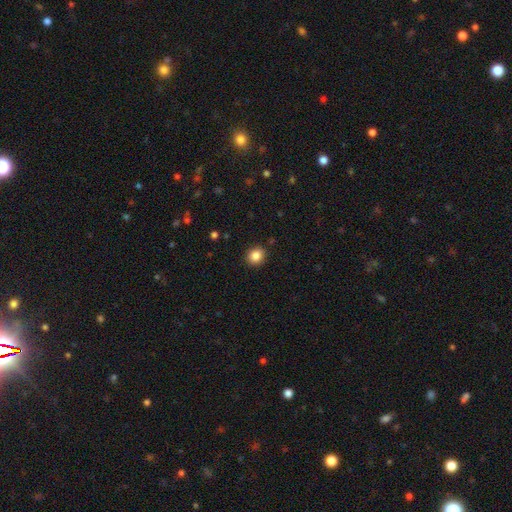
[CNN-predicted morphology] A smooth galaxy with no disk features (85%) that is round (83%).

Vote fractions:
- Smooth or featured? smooth: 85% / star or artifact: 10% / featured or disk: 4%
- How rounded? round: 83% / in between: 16% / cigar-shaped: 1%
- Merging? none: 91% / minor disturbance: 6% / major disturbance: 2% / merger: 1%